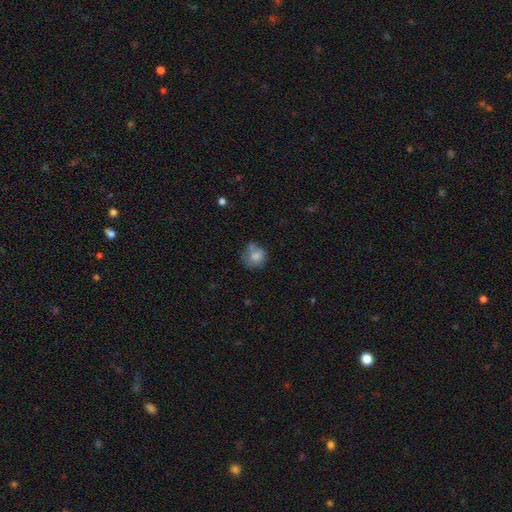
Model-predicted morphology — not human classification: A smooth galaxy with no disk features (75%) that is round (78%).

Vote fractions:
- Smooth or featured? smooth: 75% / featured or disk: 15% / star or artifact: 9%
- How rounded? round: 78% / in between: 21% / cigar-shaped: 1%
- Merging? none: 48% / minor disturbance: 28% / major disturbance: 13% / merger: 11%